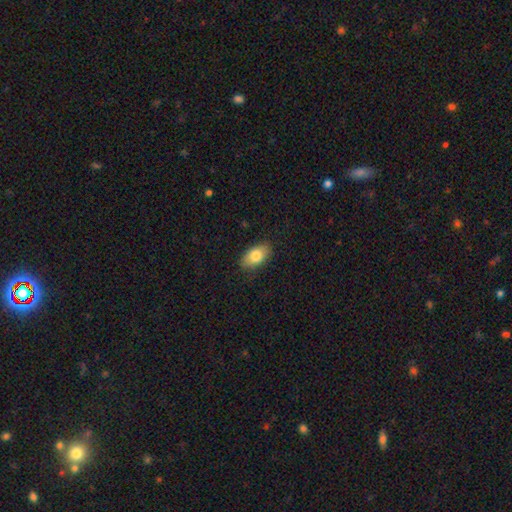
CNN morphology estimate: Smooth or featured?
  - smooth: 81% *
  - featured or disk: 12%
  - star or artifact: 7%
How rounded?
  - in between: 91% *
  - round: 5%
  - cigar-shaped: 3%
Merging?
  - none: 84% *
  - minor disturbance: 12%
  - major disturbance: 3%
  - merger: 1%